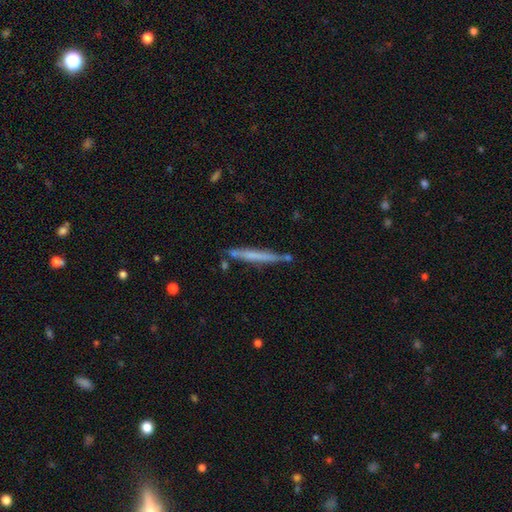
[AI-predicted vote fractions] smooth-or-featured: smooth: 55% | featured or disk: 39% | star or artifact: 6%
  how-rounded: cigar-shaped: 96% | in between: 2% | round: 1%
  merging: none: 78% | minor disturbance: 14% | merger: 6% | major disturbance: 3%